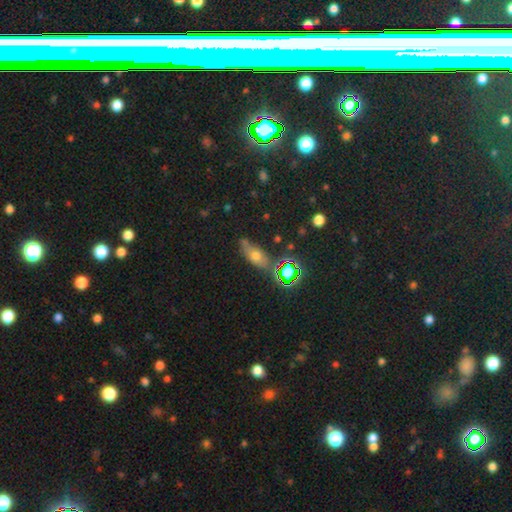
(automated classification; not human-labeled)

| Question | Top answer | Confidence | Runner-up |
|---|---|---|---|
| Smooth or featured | smooth | 53% | star or artifact (25%) |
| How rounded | in between | 65% | cigar-shaped (22%) |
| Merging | none | 63% | minor disturbance (21%) |